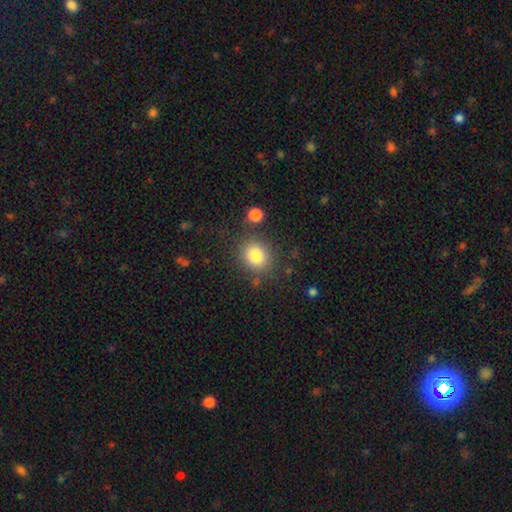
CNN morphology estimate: A smooth galaxy with no disk features (82%) that is round (75%).

Vote fractions:
- Smooth or featured? smooth: 82% / star or artifact: 10% / featured or disk: 7%
- How rounded? round: 75% / in between: 24% / cigar-shaped: 1%
- Merging? none: 78% / minor disturbance: 11% / merger: 6% / major disturbance: 4%